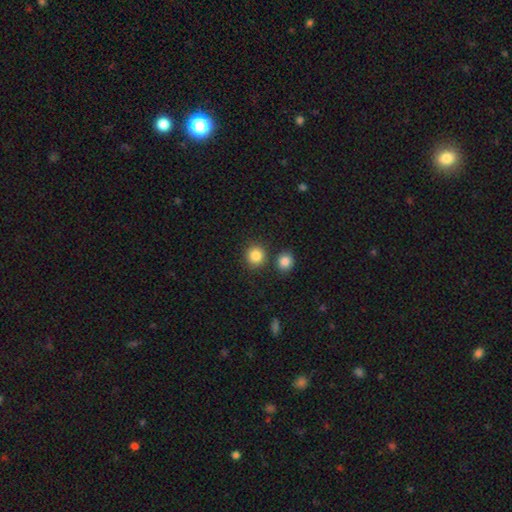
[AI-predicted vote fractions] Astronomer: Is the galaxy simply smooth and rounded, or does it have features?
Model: smooth — 86%.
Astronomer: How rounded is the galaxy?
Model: round — 90%.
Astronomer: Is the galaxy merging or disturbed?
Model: none — 81%.